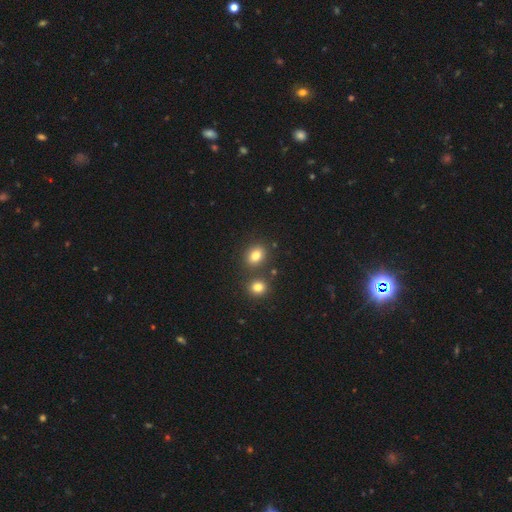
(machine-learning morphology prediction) Smooth or featured? Predicted: smooth (p=0.80). How rounded? Predicted: round (p=0.50). Merging? Predicted: none (p=0.73).